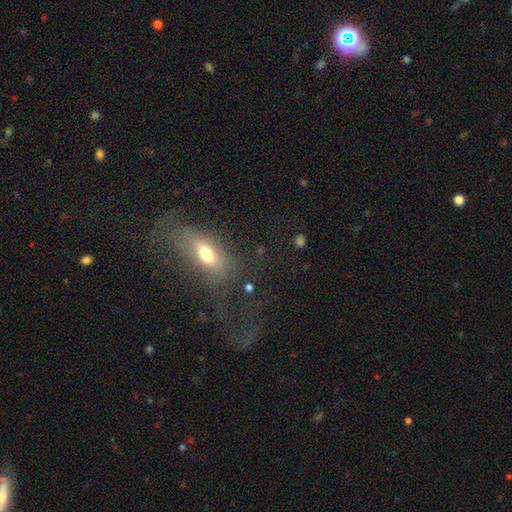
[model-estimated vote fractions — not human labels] Morphology: type=smooth (45%); merging=major disturbance (39%).